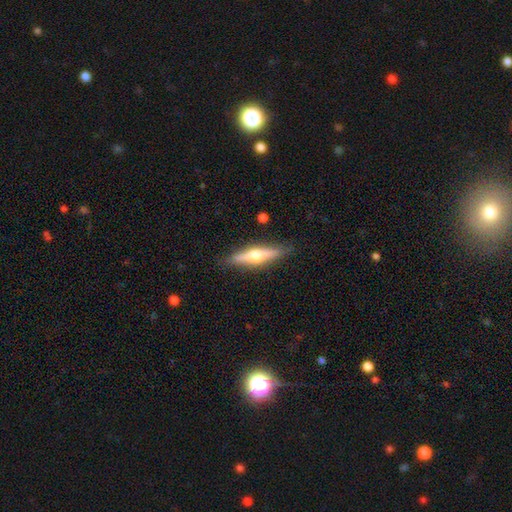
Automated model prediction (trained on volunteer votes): Overall: featured or disk (61%; smooth 33%). Edge-on disk: yes (96%). Edge-on bulge: rounded (94%). Merging: none (87%).